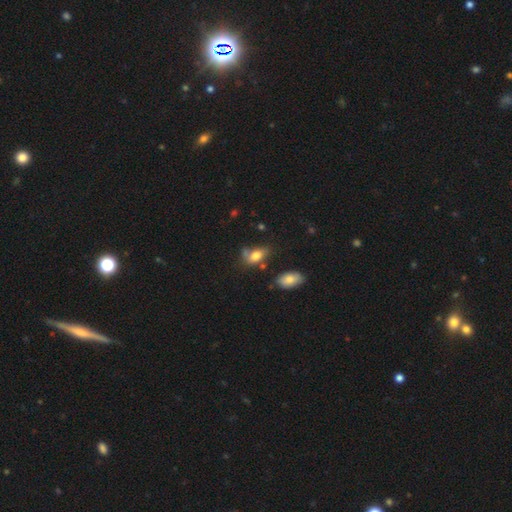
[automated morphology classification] Smooth or featured? Predicted: smooth (p=0.77). How rounded? Predicted: in between (p=0.86). Merging? Predicted: none (p=0.38).